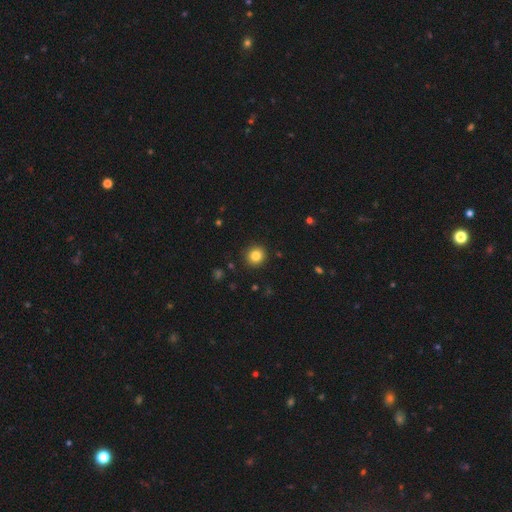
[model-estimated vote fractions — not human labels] Smooth or featured: smooth — 84% (star or artifact — 11%)
How rounded: round — 91% (in between — 8%)
Merging: none — 91% (minor disturbance — 6%)